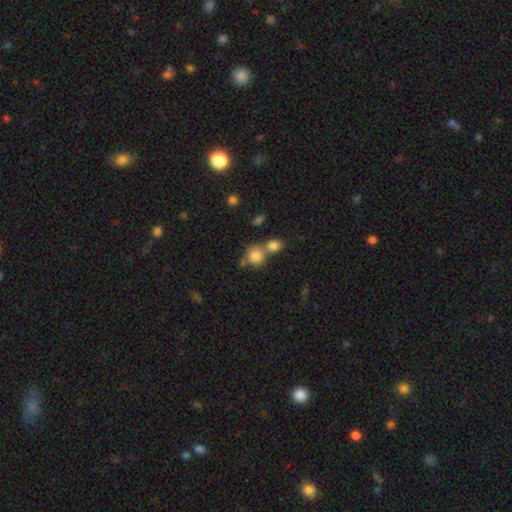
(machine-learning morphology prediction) Smooth or featured: smooth — 81% (star or artifact — 11%)
How rounded: round — 83% (in between — 16%)
Merging: none — 45% (merger — 42%)